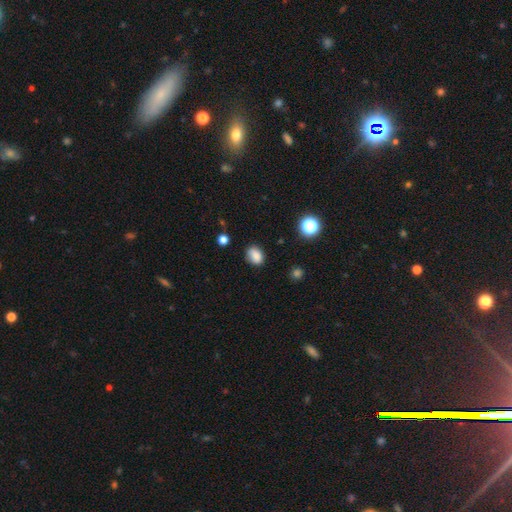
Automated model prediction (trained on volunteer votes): Q: Smooth or featured?
A: smooth (84%); runner-up: star or artifact (11%)
Q: How rounded?
A: in between (70%); runner-up: round (29%)
Q: Merging?
A: none (79%); runner-up: minor disturbance (16%)